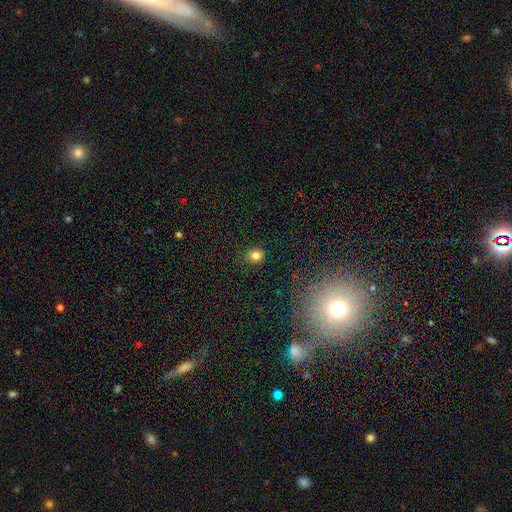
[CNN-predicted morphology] A smooth galaxy with no disk features (82%) that is round (66%). Merging: none (86%).